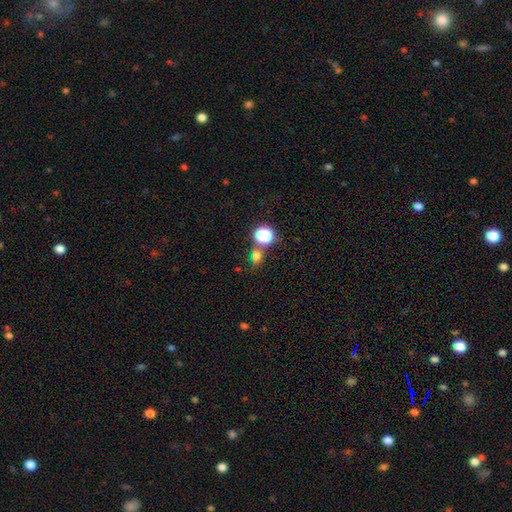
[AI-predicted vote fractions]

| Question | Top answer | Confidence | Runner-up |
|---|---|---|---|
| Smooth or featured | smooth | 64% | star or artifact (27%) |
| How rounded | round | 55% | in between (41%) |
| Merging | none | 60% | merger (20%) |